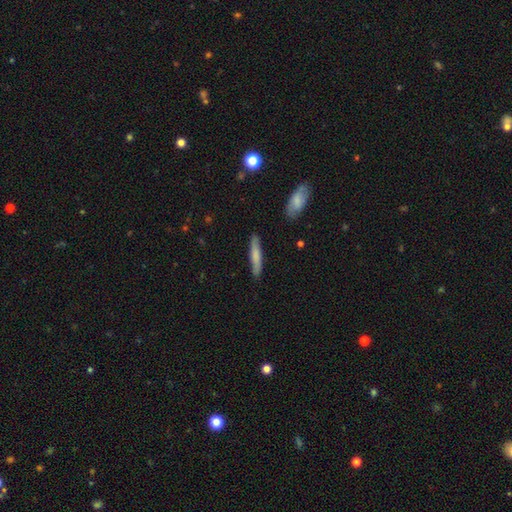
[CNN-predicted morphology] Smooth or featured? Predicted: smooth (p=0.71). How rounded? Predicted: cigar-shaped (p=0.90). Merging? Predicted: none (p=0.86).